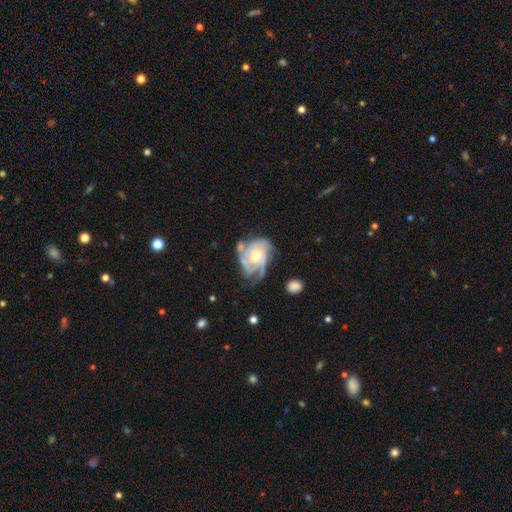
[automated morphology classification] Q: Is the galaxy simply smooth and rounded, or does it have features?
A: featured or disk — 82%.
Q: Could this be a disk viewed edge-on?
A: no — 97%.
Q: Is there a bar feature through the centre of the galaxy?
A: no — 65%.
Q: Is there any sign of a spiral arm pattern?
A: yes — 92%.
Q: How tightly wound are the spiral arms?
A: tight — 55%.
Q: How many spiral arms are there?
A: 3 — 31%.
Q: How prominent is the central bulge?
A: moderate — 64%.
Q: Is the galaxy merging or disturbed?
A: none — 44%.